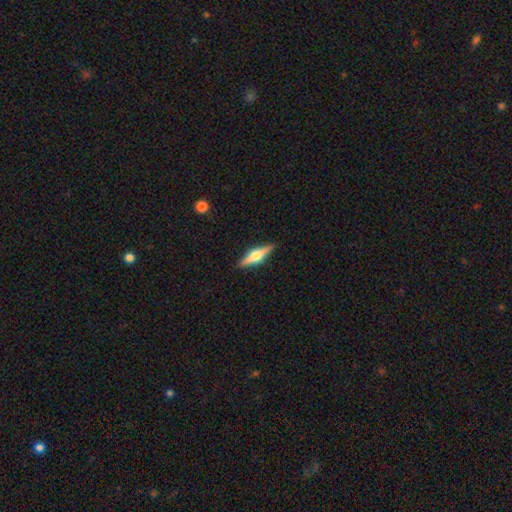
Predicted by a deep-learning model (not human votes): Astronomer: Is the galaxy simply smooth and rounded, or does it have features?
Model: featured or disk — 70%.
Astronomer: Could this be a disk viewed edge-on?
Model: yes — 97%.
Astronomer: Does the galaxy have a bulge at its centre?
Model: rounded — 93%.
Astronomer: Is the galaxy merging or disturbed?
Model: none — 89%.